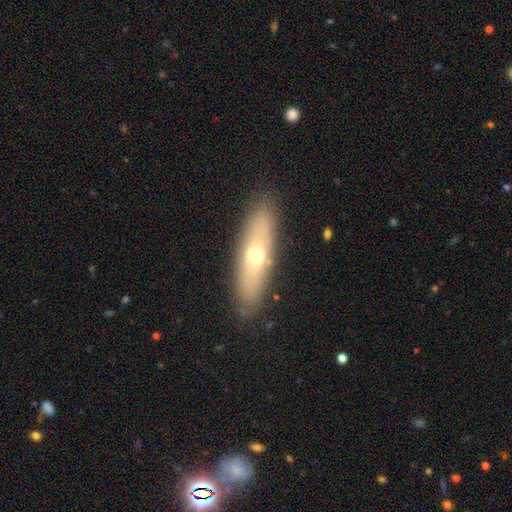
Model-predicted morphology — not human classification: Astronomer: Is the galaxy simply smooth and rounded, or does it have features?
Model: smooth — 56% (runner-up: featured or disk, 36%).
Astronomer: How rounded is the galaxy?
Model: cigar-shaped — 53% (runner-up: in between, 43%).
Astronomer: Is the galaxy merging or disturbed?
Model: none — 87%.